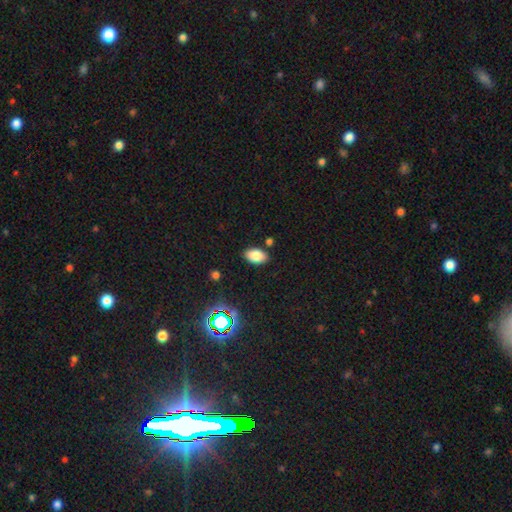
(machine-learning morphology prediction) The model was most divided on "smooth or featured": smooth: 82%, star or artifact: 10%, featured or disk: 7%. More confident: how rounded — in between (92%); merging — none (85%).